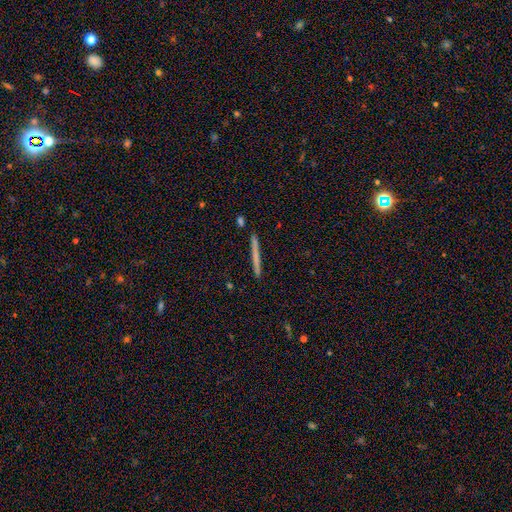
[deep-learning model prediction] smooth-or-featured: smooth: 59% | featured or disk: 35% | star or artifact: 6%
  how-rounded: cigar-shaped: 97% | in between: 2% | round: 1%
  merging: none: 92% | minor disturbance: 6% | merger: 1% | major disturbance: 1%